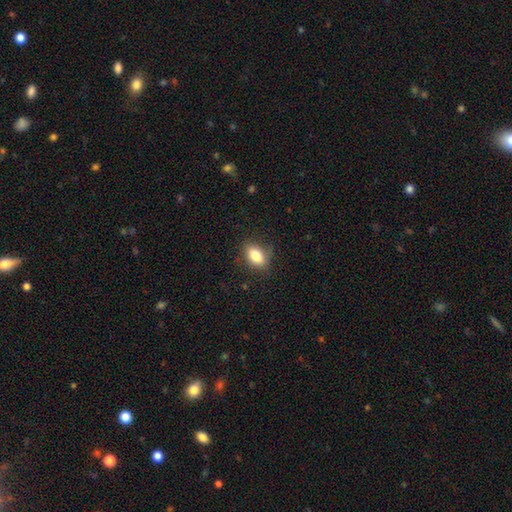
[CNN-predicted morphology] This is clearly a smooth galaxy (81%). How rounded: clearly in between (83%). Merging: likely none (80%).